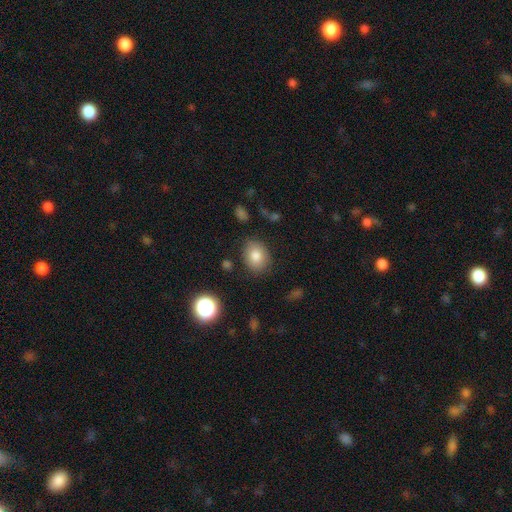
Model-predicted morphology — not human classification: smooth_or_featured: smooth (p=0.81) [alt: star or artifact p=0.11]
how_rounded: in between (p=0.52) [alt: round p=0.47]
merging: none (p=0.84) [alt: minor disturbance p=0.11]